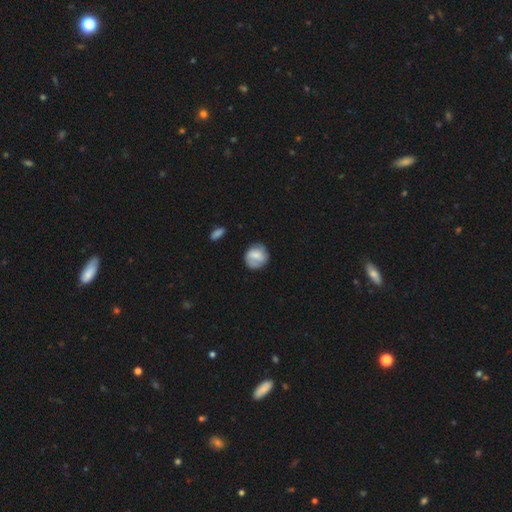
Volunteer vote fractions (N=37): A smooth galaxy with no disk features (76%) that is round (82%). Merging: none (78%).